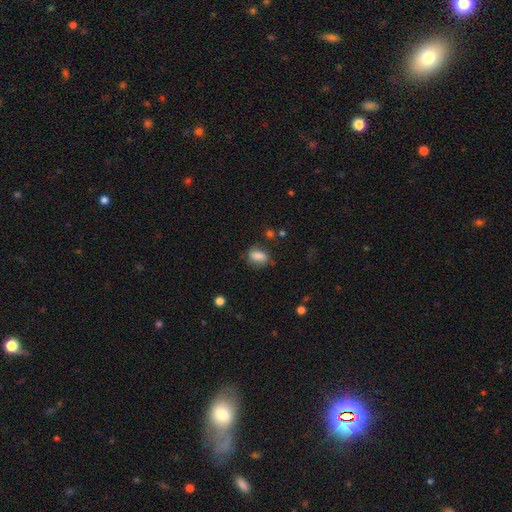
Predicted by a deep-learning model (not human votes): A smooth galaxy with no disk features (80%) that is in between round and cigar-shaped (76%).

Vote fractions:
- Smooth or featured? smooth: 80% / featured or disk: 11% / star or artifact: 9%
- How rounded? in between: 76% / round: 21% / cigar-shaped: 3%
- Merging? none: 66% / minor disturbance: 23% / major disturbance: 8% / merger: 3%